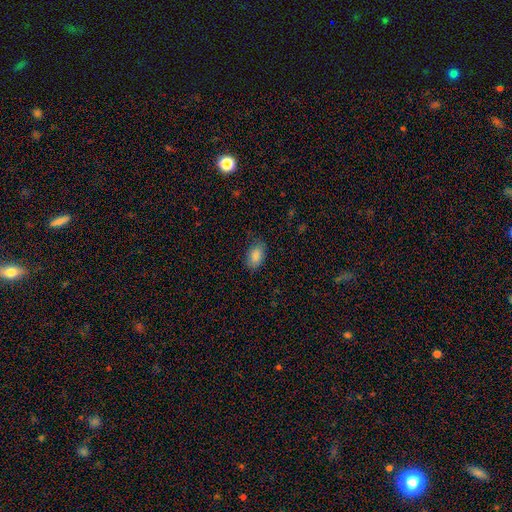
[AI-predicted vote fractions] A smooth galaxy with no disk features (86%) that is in between round and cigar-shaped (88%).

Vote fractions:
- Smooth or featured? smooth: 86% / star or artifact: 8% / featured or disk: 6%
- How rounded? in between: 88% / round: 10% / cigar-shaped: 1%
- Merging? none: 74% / minor disturbance: 20% / major disturbance: 5% / merger: 1%